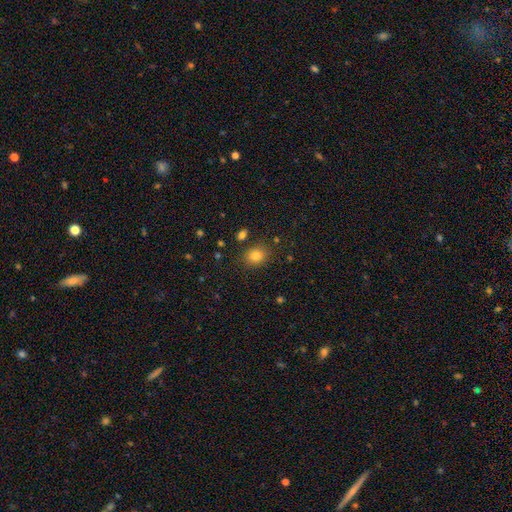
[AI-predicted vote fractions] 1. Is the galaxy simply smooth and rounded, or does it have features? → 82% smooth, 12% star or artifact, 6% featured or disk.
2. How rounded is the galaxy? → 53% round, 46% in between, 1% cigar-shaped.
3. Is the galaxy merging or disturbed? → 81% none, 11% minor disturbance, 4% major disturbance, 4% merger.